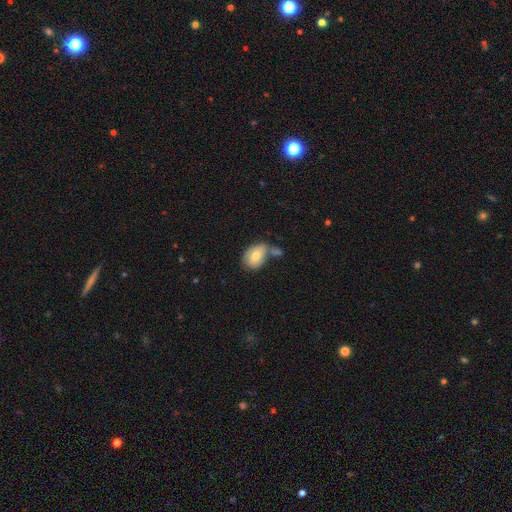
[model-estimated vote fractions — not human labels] A smooth galaxy with no disk features (71%) that is in between round and cigar-shaped (80%).

Vote fractions:
- Smooth or featured? smooth: 71% / featured or disk: 23% / star or artifact: 7%
- How rounded? in between: 80% / round: 18% / cigar-shaped: 1%
- Merging? none: 46% / merger: 29% / minor disturbance: 18% / major disturbance: 6%